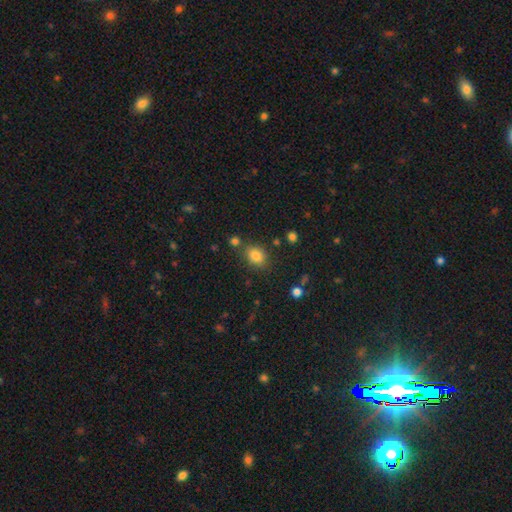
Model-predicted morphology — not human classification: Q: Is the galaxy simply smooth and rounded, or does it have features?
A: smooth — 82%.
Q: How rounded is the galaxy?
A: in between — 57%.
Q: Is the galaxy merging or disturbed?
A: none — 72%.